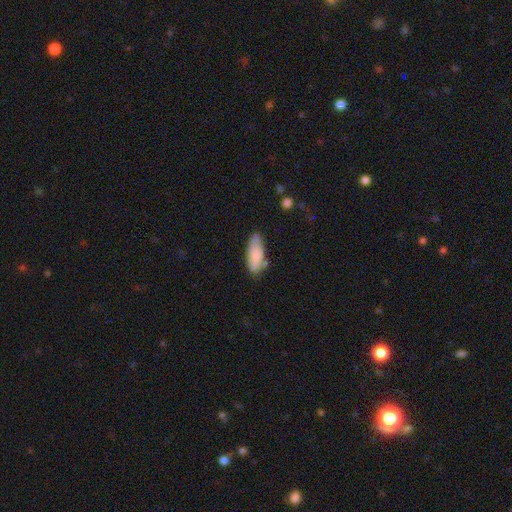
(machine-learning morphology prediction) smooth_or_featured: smooth (p=0.82) [alt: featured or disk p=0.12]
how_rounded: in between (p=0.70) [alt: cigar-shaped p=0.29]
merging: none (p=0.62) [alt: minor disturbance p=0.26]